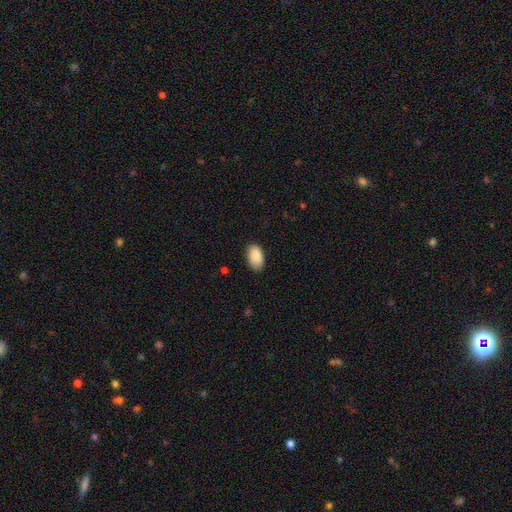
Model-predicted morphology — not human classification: type=smooth (89%); roundness=in between (94%); merging=none (82%).